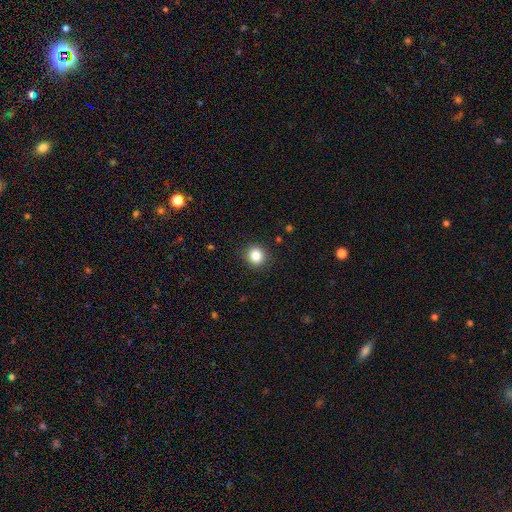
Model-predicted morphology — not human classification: smooth 85%, star or artifact 11%, featured or disk 4%. Down the decision tree: how rounded — round (89%); merging — none (90%).